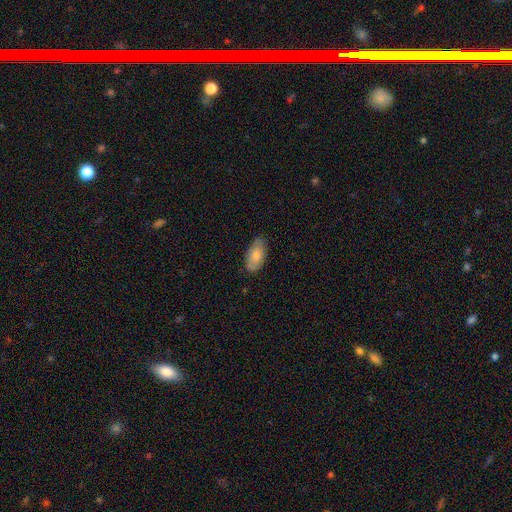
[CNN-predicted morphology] This is likely a smooth galaxy (79%). How rounded: clearly in between (94%). Merging: likely none (78%).